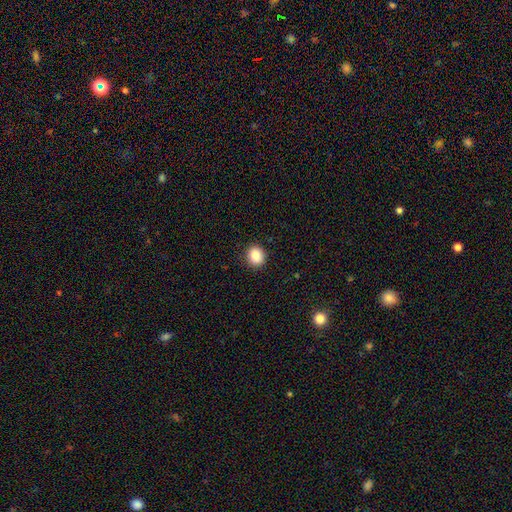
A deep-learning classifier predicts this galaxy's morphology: This appears to be a smooth galaxy with no disk features (88%) that is round (72%). Merging: none (90%).